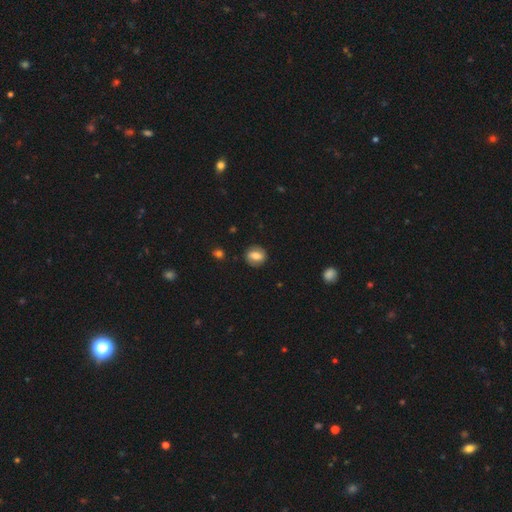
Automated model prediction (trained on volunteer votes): Smooth or featured?
  - smooth: 64% *
  - featured or disk: 27%
  - star or artifact: 9%
How rounded?
  - round: 59% *
  - in between: 39%
  - cigar-shaped: 2%
Merging?
  - none: 85% *
  - minor disturbance: 11%
  - major disturbance: 3%
  - merger: 1%